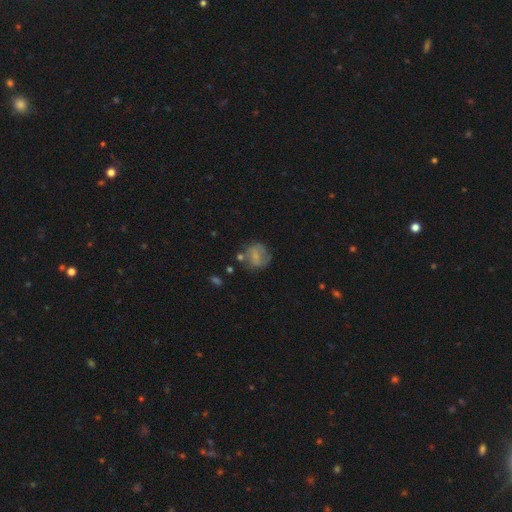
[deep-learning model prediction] This is possibly a smooth galaxy (53%). How rounded: likely round (77%). Merging: possibly none (53%).